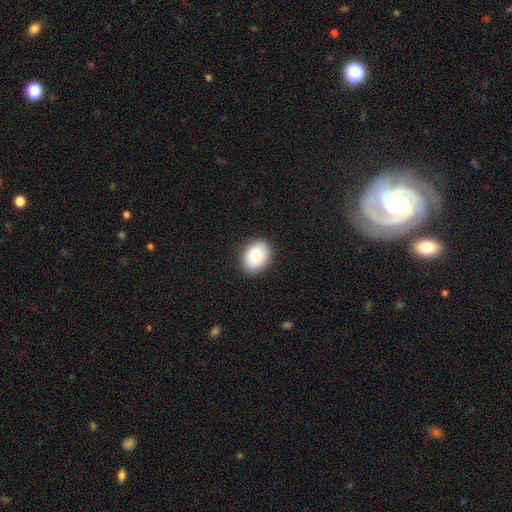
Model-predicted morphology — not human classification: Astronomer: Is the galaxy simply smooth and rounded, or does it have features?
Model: smooth — 85%.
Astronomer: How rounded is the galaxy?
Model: in between — 76%.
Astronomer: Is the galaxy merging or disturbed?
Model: none — 88%.